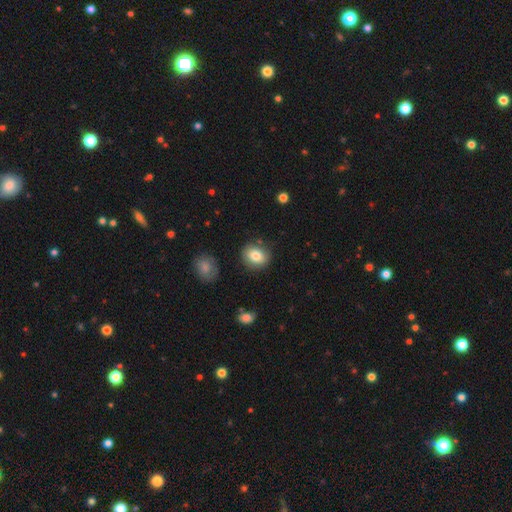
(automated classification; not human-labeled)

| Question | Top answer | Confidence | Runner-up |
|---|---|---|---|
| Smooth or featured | smooth | 82% | featured or disk (10%) |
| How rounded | round | 64% | in between (35%) |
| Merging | none | 83% | minor disturbance (12%) |